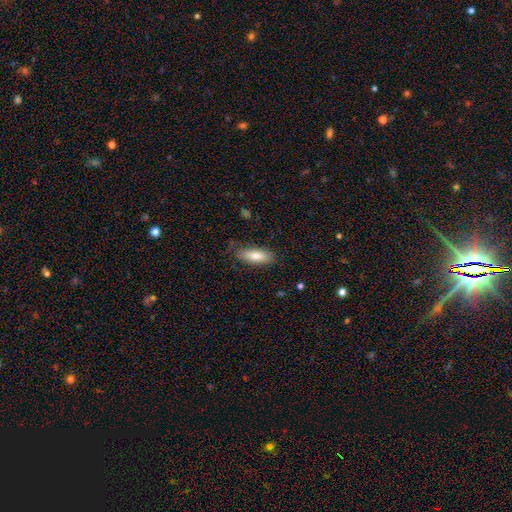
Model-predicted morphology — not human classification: Smooth or featured? smooth (78%)
How rounded? in between (65%)
Merging? none (80%)